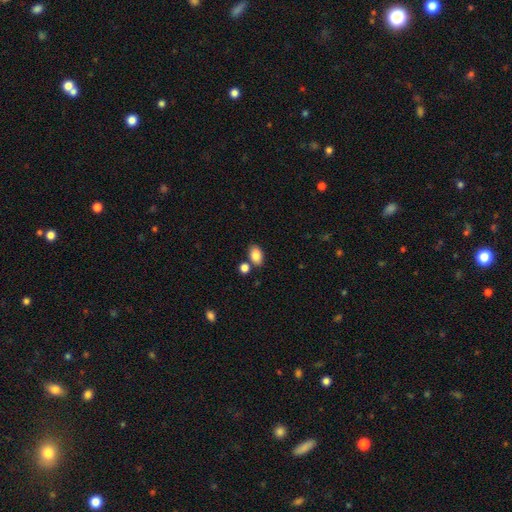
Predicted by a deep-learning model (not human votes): Smooth or featured? smooth (86%)
How rounded? in between (83%)
Merging? none (72%)